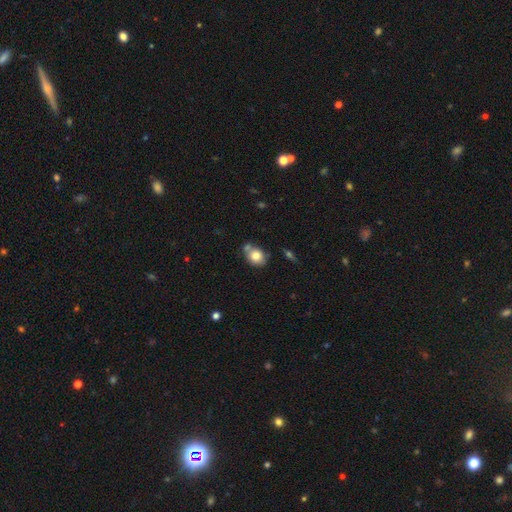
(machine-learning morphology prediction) This appears to be a smooth galaxy with no disk features (79%) that is round (54%). Merging: none (55%).